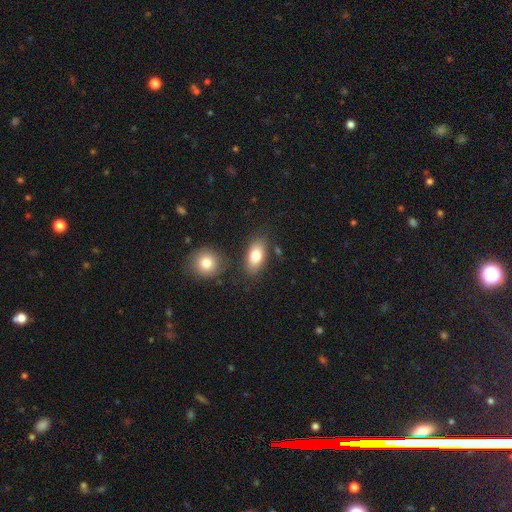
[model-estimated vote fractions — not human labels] A smooth galaxy with no disk features (79%) that is in between round and cigar-shaped (89%).

Vote fractions:
- Smooth or featured? smooth: 79% / featured or disk: 13% / star or artifact: 8%
- How rounded? in between: 89% / round: 7% / cigar-shaped: 4%
- Merging? none: 77% / minor disturbance: 11% / merger: 8% / major disturbance: 3%